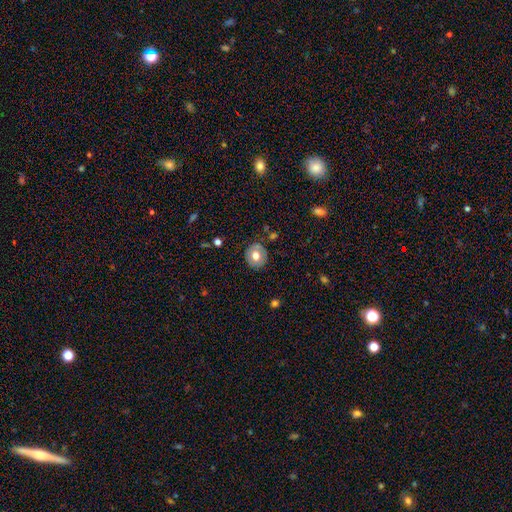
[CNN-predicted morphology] Smooth or featured?
  - smooth: 66% *
  - featured or disk: 26%
  - star or artifact: 8%
How rounded?
  - round: 81% *
  - in between: 18%
  - cigar-shaped: 1%
Merging?
  - none: 85% *
  - minor disturbance: 11%
  - major disturbance: 3%
  - merger: 2%